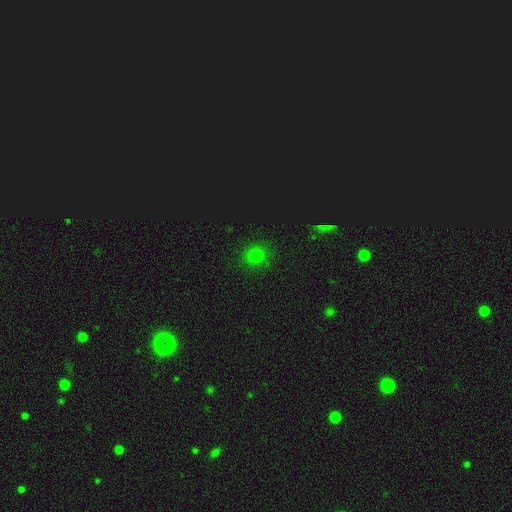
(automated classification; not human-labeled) Smooth or featured? Predicted: smooth (p=0.74). How rounded? Predicted: round (p=0.87). Merging? Predicted: none (p=0.87).